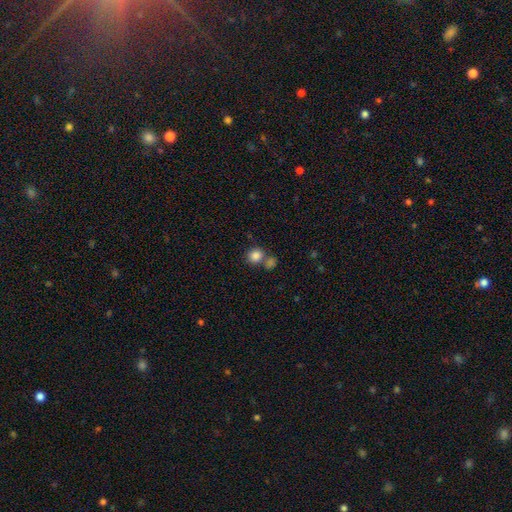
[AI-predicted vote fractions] Smooth or featured?
  - smooth: 84% *
  - star or artifact: 10%
  - featured or disk: 6%
How rounded?
  - round: 82% *
  - in between: 17%
  - cigar-shaped: 1%
Merging?
  - none: 59% *
  - merger: 28%
  - minor disturbance: 10%
  - major disturbance: 4%